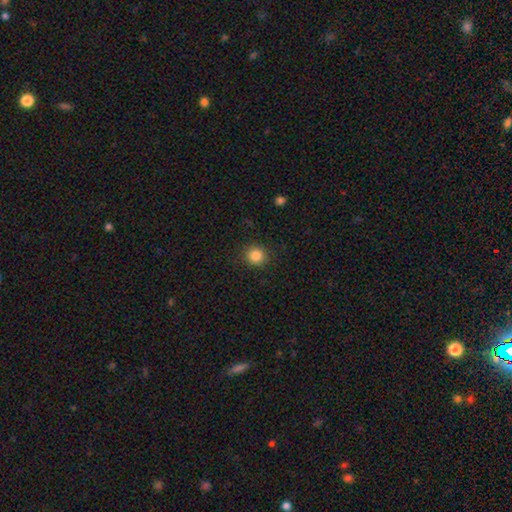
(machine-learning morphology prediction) This is clearly a smooth galaxy (85%). How rounded: clearly round (91%). Merging: clearly none (90%).